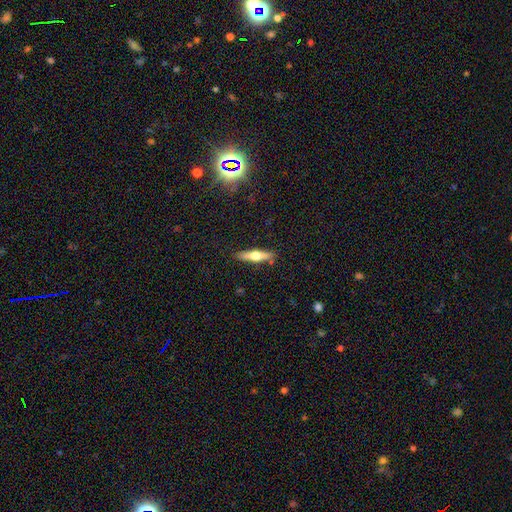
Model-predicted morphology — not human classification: A featured or disk galaxy (48%).

Vote fractions:
- Smooth or featured? featured or disk: 48% / smooth: 46% / star or artifact: 6%
- Merging? none: 87% / minor disturbance: 9% / major disturbance: 2% / merger: 2%